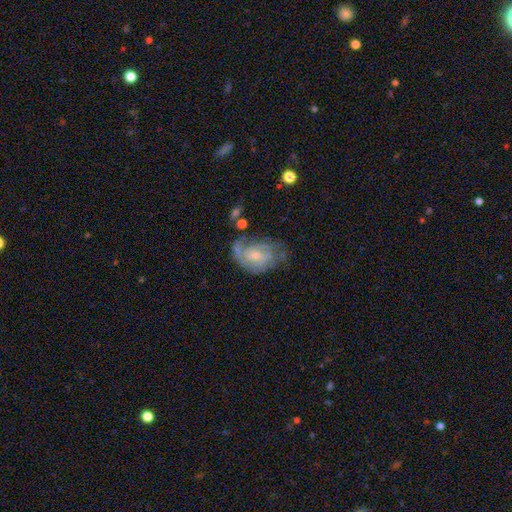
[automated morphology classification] type=featured or disk (75%); edge-on=no (97%); bar=no (59%); spiral arms=yes (88%); winding=tight (50%); arm count=can't tell (36%); bulge=small (60%); merging=none (47%).